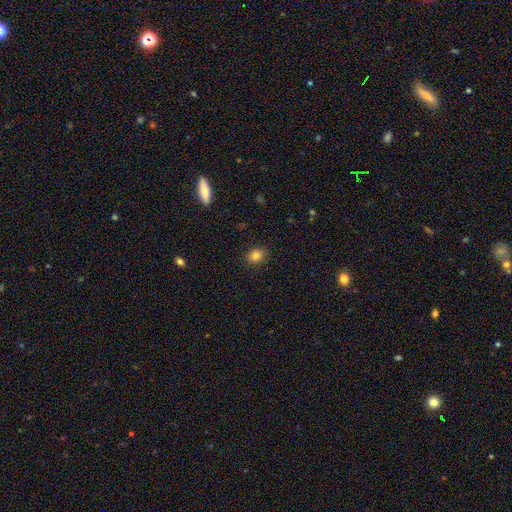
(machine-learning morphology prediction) A smooth galaxy with no disk features (83%) that is in between round and cigar-shaped (50%). Merging: none (87%).